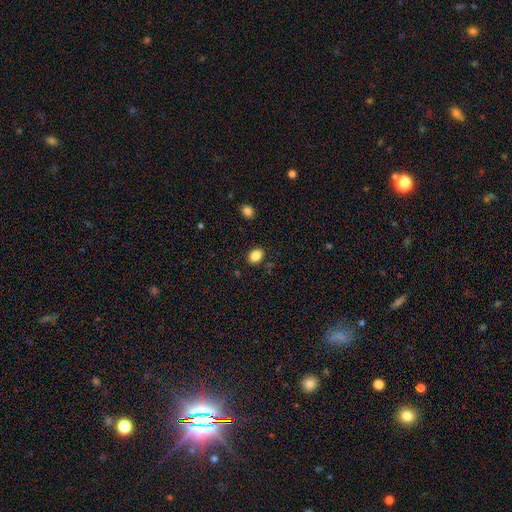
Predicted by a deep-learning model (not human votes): Smooth or featured? smooth (86%)
How rounded? in between (75%)
Merging? none (86%)